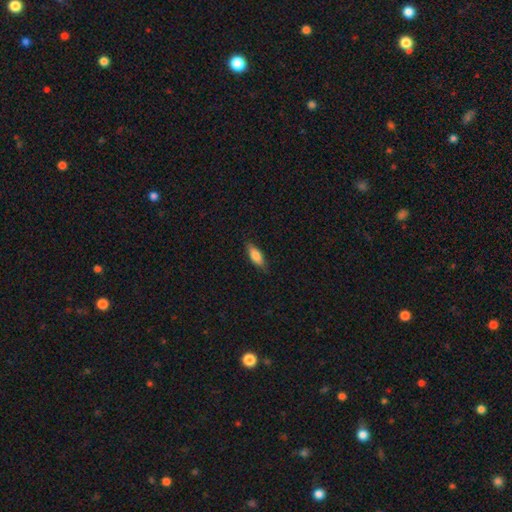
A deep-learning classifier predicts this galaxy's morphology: Smooth or featured? Predicted: smooth (p=0.78). How rounded? Predicted: in between (p=0.66). Merging? Predicted: none (p=0.82).